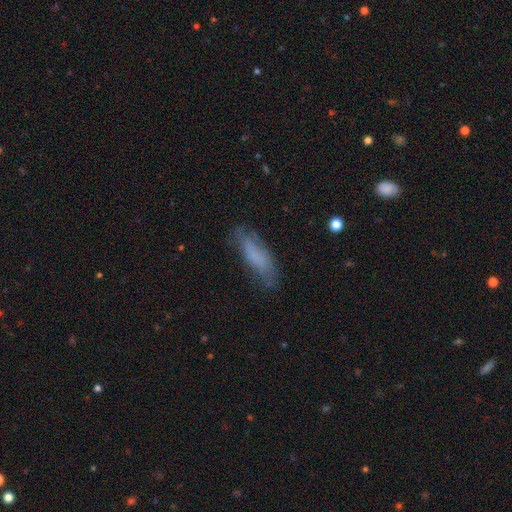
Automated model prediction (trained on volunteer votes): smooth_or_featured: smooth (p=0.70) [alt: featured or disk p=0.21]
how_rounded: cigar-shaped (p=0.50) [alt: in between p=0.48]
merging: none (p=0.68) [alt: minor disturbance p=0.23]